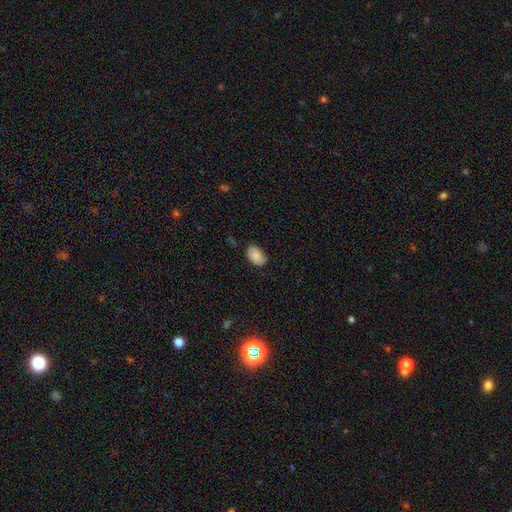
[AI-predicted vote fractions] smooth_or_featured: smooth (p=0.87) [alt: star or artifact p=0.07]
how_rounded: in between (p=0.92) [alt: round p=0.07]
merging: none (p=0.78) [alt: minor disturbance p=0.17]